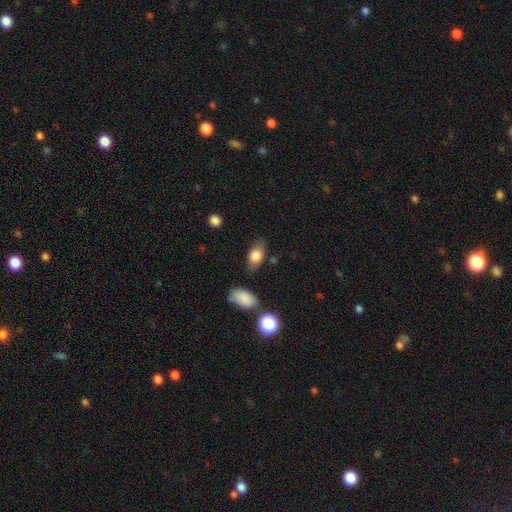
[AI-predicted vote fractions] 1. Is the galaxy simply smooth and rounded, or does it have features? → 79% smooth, 14% featured or disk, 7% star or artifact.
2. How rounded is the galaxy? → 87% in between, 8% round, 5% cigar-shaped.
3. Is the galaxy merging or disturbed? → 75% none, 17% minor disturbance, 5% major disturbance, 3% merger.